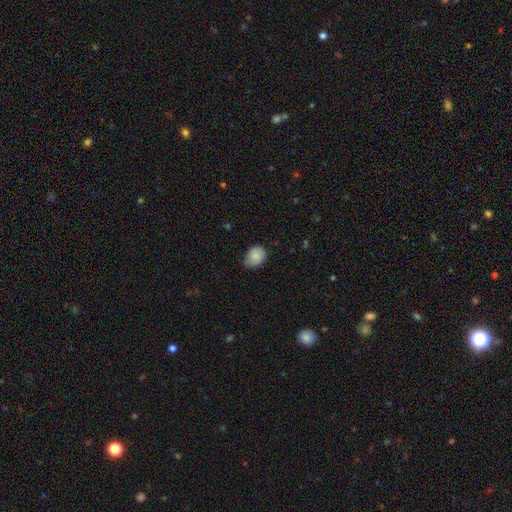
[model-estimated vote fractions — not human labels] Smooth or featured?
  - smooth: 82% *
  - featured or disk: 10%
  - star or artifact: 7%
How rounded?
  - in between: 61% *
  - round: 38%
  - cigar-shaped: 1%
Merging?
  - none: 64% *
  - minor disturbance: 30%
  - major disturbance: 5%
  - merger: 1%